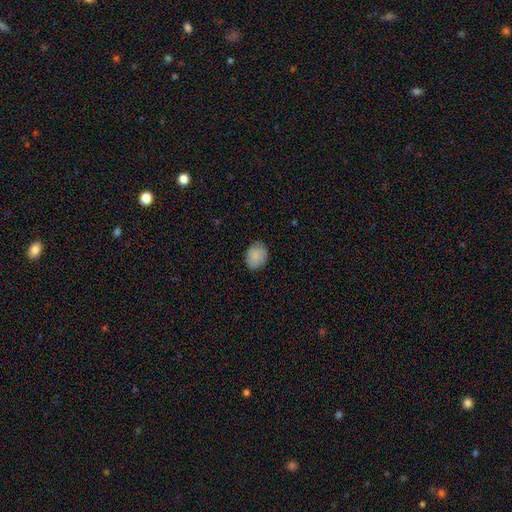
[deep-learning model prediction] Overall: smooth (87%). How rounded: round (50%, tied with in between). Merging: none (80%).